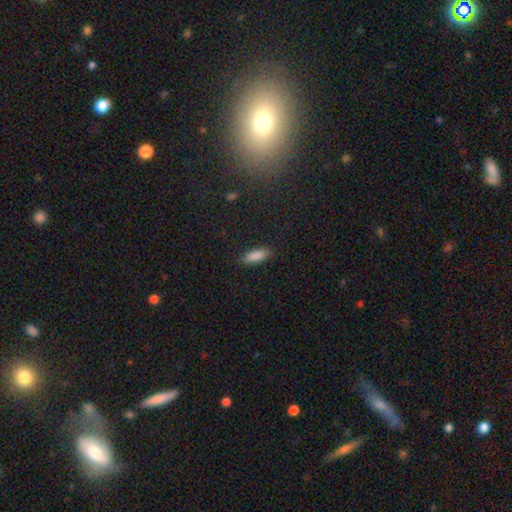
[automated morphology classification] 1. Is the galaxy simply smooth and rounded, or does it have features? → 88% smooth, 7% star or artifact, 5% featured or disk.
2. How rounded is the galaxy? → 65% in between, 33% cigar-shaped, 2% round.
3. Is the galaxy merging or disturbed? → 86% none, 10% minor disturbance, 2% major disturbance, 1% merger.